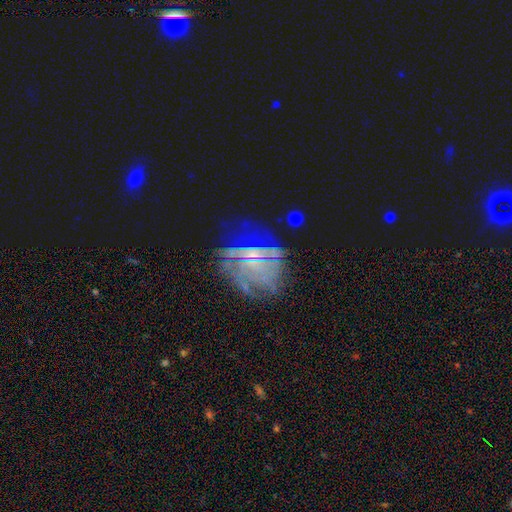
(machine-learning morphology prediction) Smooth or featured?
  - star or artifact: 51% *
  - featured or disk: 31%
  - smooth: 17%